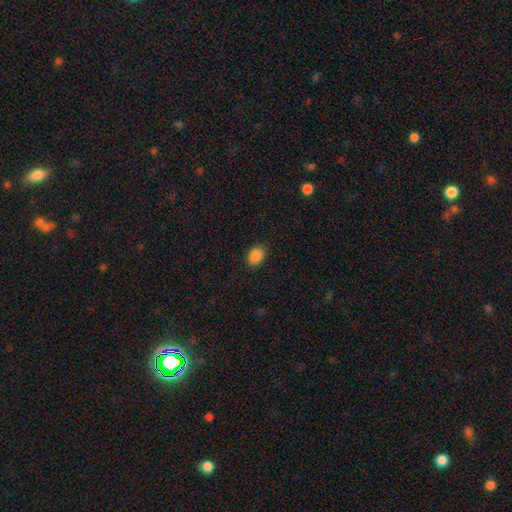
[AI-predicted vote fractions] Morphology: type=smooth (88%); roundness=in between (68%); merging=none (86%).